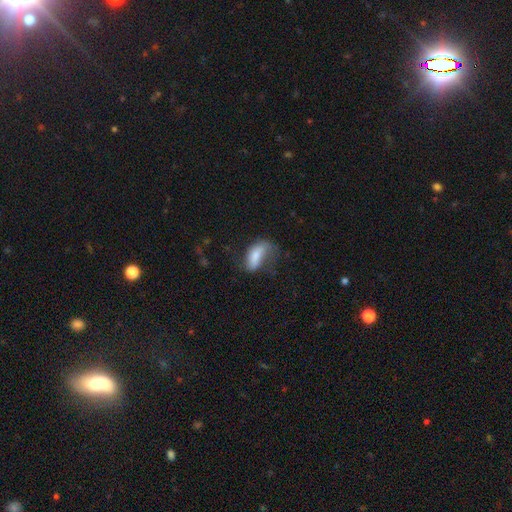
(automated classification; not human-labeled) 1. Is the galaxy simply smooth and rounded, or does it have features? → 58% smooth, 34% featured or disk, 8% star or artifact.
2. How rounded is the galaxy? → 83% in between, 13% cigar-shaped, 4% round.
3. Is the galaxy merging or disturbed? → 35% major disturbance, 34% none, 28% minor disturbance, 3% merger.